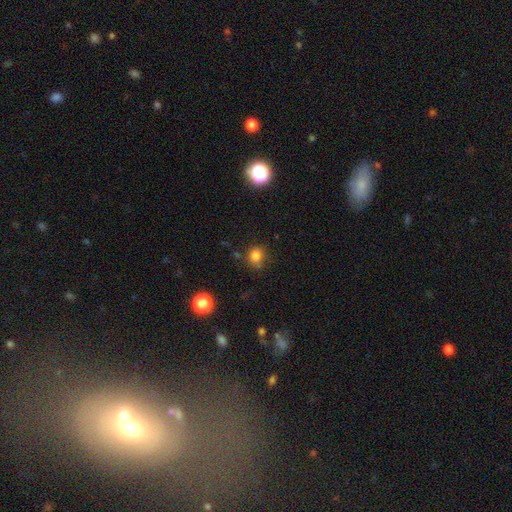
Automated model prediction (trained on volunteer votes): Smooth or featured? Predicted: smooth (p=0.79). How rounded? Predicted: round (p=0.80). Merging? Predicted: none (p=0.71).